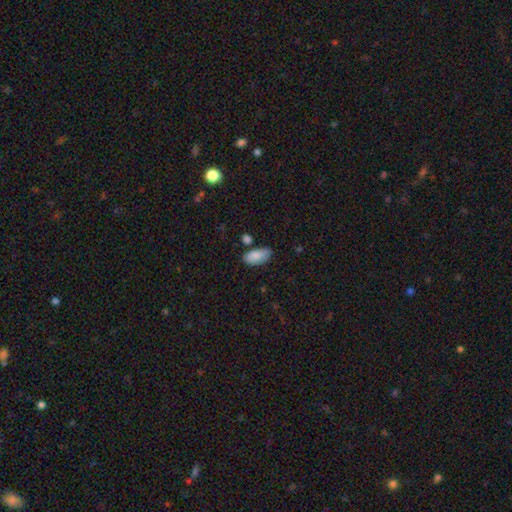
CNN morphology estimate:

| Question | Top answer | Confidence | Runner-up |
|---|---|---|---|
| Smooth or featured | smooth | 85% | featured or disk (8%) |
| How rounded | in between | 94% | cigar-shaped (4%) |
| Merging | none | 68% | minor disturbance (21%) |